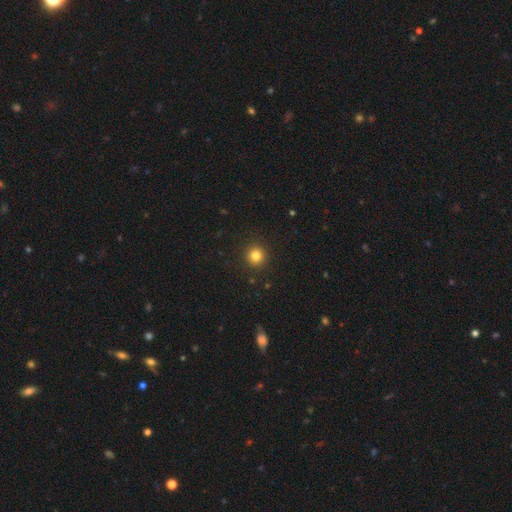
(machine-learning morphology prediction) This appears to be a smooth galaxy with no disk features (82%) that is round (95%). Merging: none (93%).